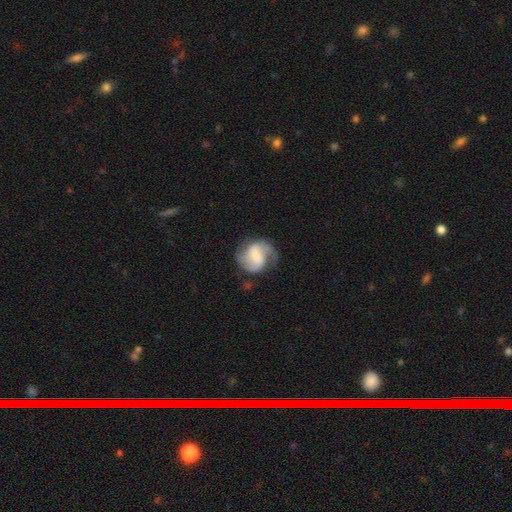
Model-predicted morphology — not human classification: smooth_or_featured: featured or disk (p=0.74) [alt: smooth p=0.19]
disk_edge_on: no (p=0.98) [alt: yes p=0.02]
bar: weak (p=0.48) [alt: strong p=0.29]
has_spiral_arms: yes (p=0.93) [alt: no p=0.07]
spiral_winding: medium (p=0.49) [alt: loose p=0.30]
spiral_arm_count: 2 (p=0.84) [alt: 1 p=0.06]
bulge_size: small (p=0.32) [alt: moderate p=0.30]
merging: none (p=0.67) [alt: minor disturbance p=0.19]